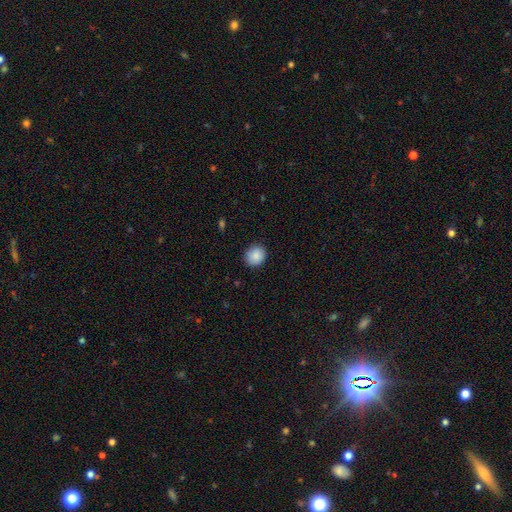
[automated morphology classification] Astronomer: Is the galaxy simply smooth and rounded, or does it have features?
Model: smooth — 88%.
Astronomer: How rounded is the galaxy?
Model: round — 77%.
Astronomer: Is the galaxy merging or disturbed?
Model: none — 88%.